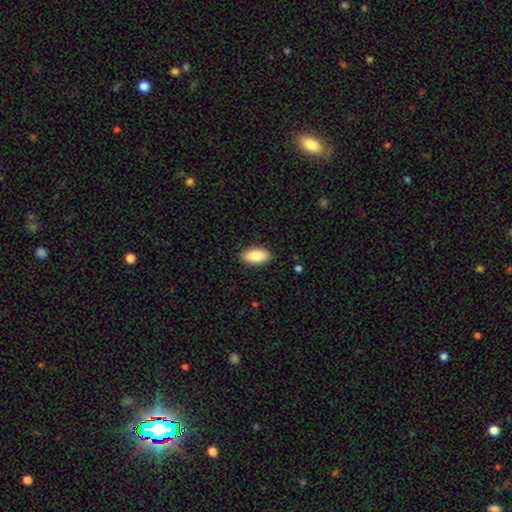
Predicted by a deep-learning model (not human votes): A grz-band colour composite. It shows a smooth galaxy with no disk features (86%) that is in between round and cigar-shaped (93%). Merging: none (88%).